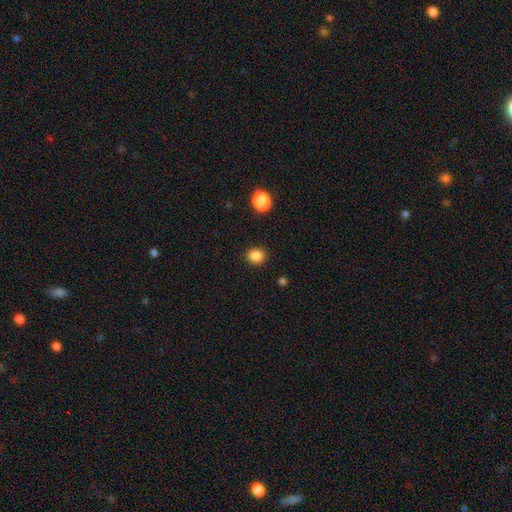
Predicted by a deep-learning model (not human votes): This is clearly a smooth galaxy (86%). How rounded: likely round (74%). Merging: clearly none (88%).